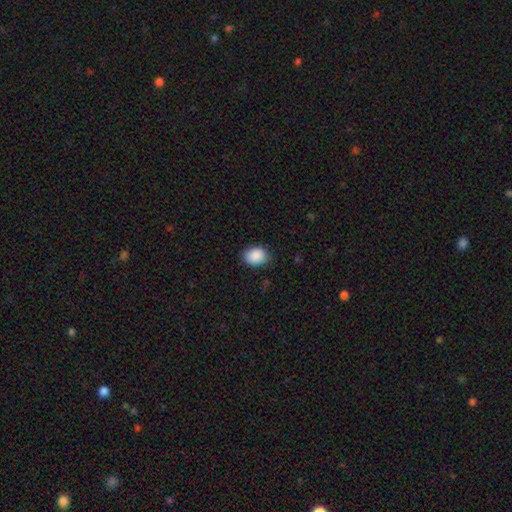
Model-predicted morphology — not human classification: This appears to be a smooth galaxy with no disk features (90%) that is in between round and cigar-shaped (65%). Merging: none (85%).